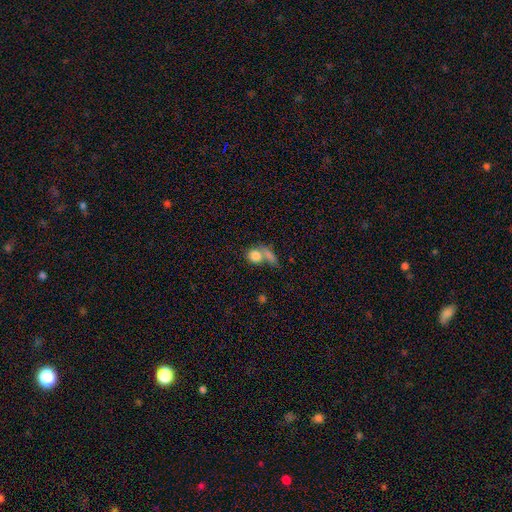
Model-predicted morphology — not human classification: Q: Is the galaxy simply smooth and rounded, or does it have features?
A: smooth — 81%.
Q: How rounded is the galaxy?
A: round — 71%.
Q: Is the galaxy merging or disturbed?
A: merger — 45%.